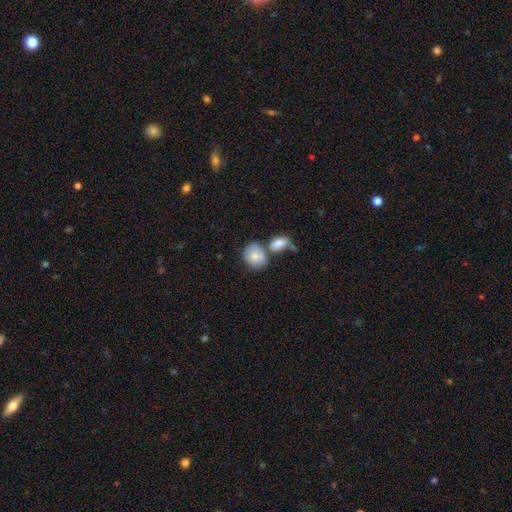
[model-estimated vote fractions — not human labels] Overall: smooth (80%). How rounded: round (64%; in between 35%). Merging: none (40%; merger 39%).